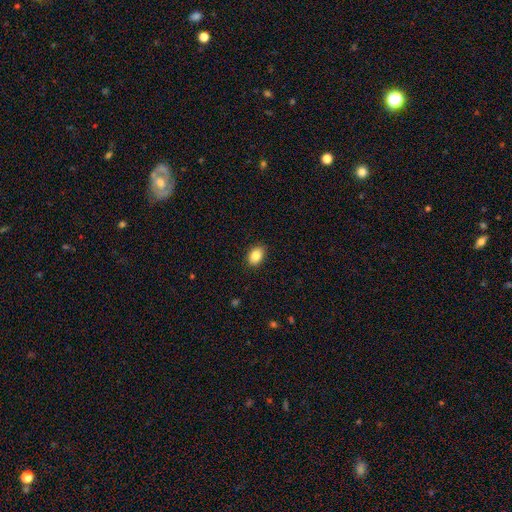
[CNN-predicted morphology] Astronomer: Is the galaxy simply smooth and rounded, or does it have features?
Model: smooth — 86%.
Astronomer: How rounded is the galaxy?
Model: in between — 78%.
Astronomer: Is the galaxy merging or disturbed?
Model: none — 89%.